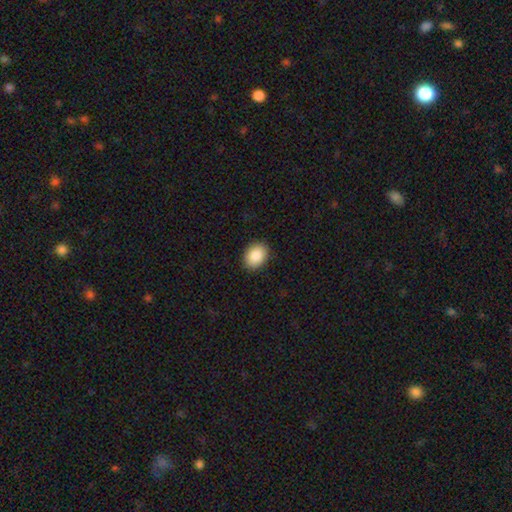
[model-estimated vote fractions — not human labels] This is clearly a smooth galaxy (88%). How rounded: likely in between (64%). Merging: clearly none (90%).